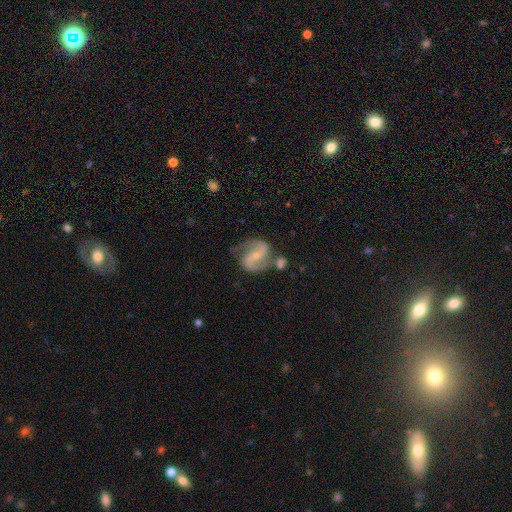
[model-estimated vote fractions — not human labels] Overall: featured or disk (89%). Edge-on disk: no (98%). Bar: weak (41%; strong 32%). Spiral arms: yes (97%). Spiral arm count: 2 (93%). Spiral winding: medium (55%; loose 30%). Bulge size: small (63%; moderate 29%). Merging: none (65%).